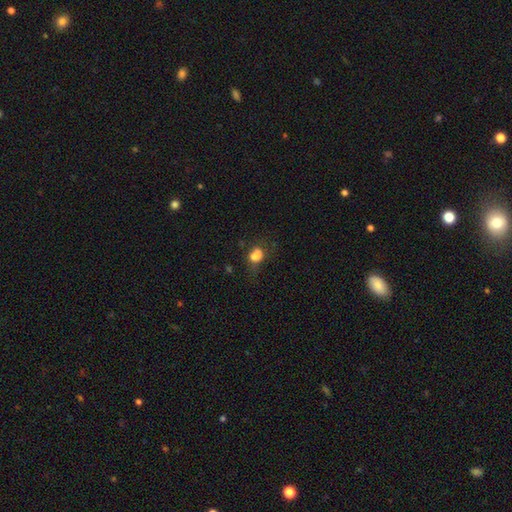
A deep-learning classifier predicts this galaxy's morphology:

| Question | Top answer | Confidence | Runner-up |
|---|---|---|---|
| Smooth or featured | smooth | 73% | star or artifact (14%) |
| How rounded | round | 56% | in between (42%) |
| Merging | none | 37% | minor disturbance (24%) |